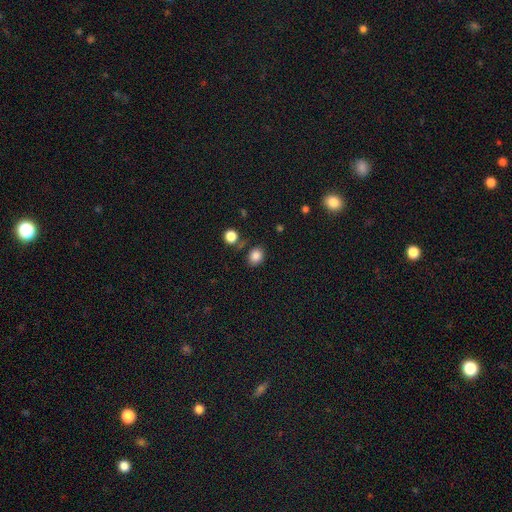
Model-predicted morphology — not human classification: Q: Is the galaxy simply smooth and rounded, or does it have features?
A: smooth — 84%.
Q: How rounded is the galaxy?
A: round — 53%.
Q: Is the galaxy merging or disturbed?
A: none — 76%.